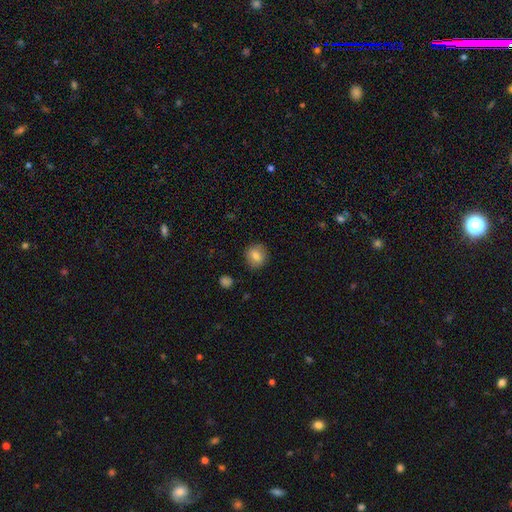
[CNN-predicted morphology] smooth 81%, featured or disk 11%, star or artifact 9%. Down the decision tree: how rounded — round (86%); merging — none (86%).